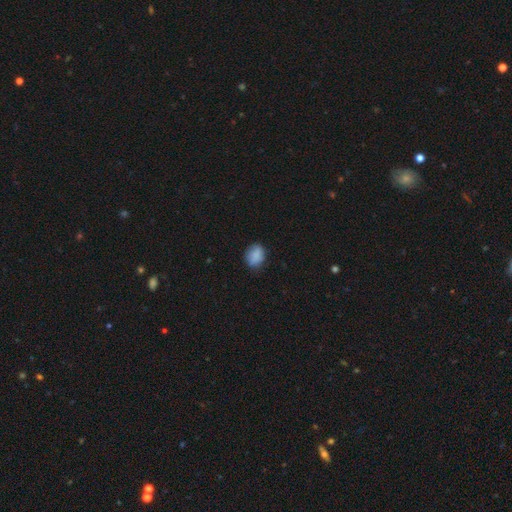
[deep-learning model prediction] This is clearly a smooth galaxy (85%). How rounded: possibly in between (55%). Merging: likely none (76%).